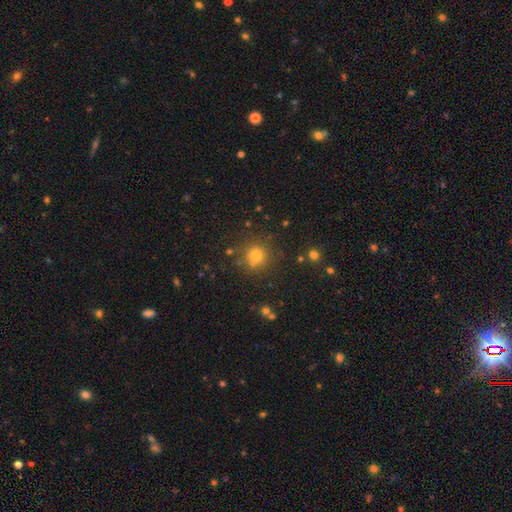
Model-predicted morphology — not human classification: Smooth or featured: smooth — 74% (star or artifact — 18%)
How rounded: round — 92% (in between — 7%)
Merging: none — 81% (minor disturbance — 10%)